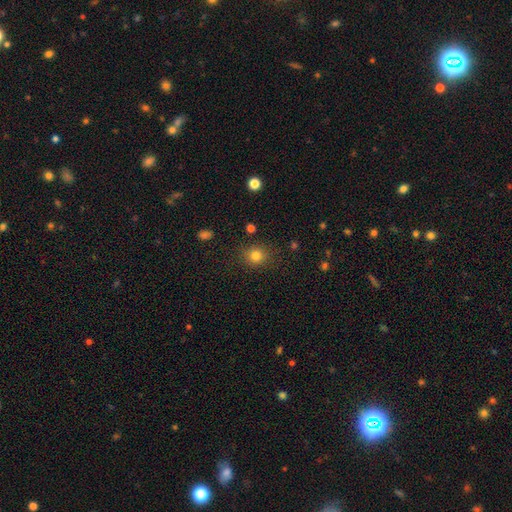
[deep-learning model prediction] Morphology: type=smooth (81%); roundness=round (83%); merging=none (85%).